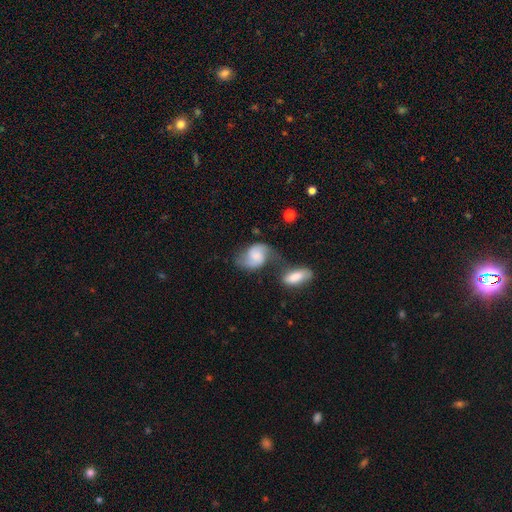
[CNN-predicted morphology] Q: Smooth or featured?
A: featured or disk (57%); runner-up: smooth (35%)
Q: Edge-on disk?
A: no (97%); runner-up: yes (3%)
Q: Bar?
A: no (56%); runner-up: weak (36%)
Q: Spiral arms?
A: yes (90%); runner-up: no (10%)
Q: Bulge size?
A: none (35%); runner-up: small (22%)
Q: Merging?
A: none (37%); runner-up: merger (30%)